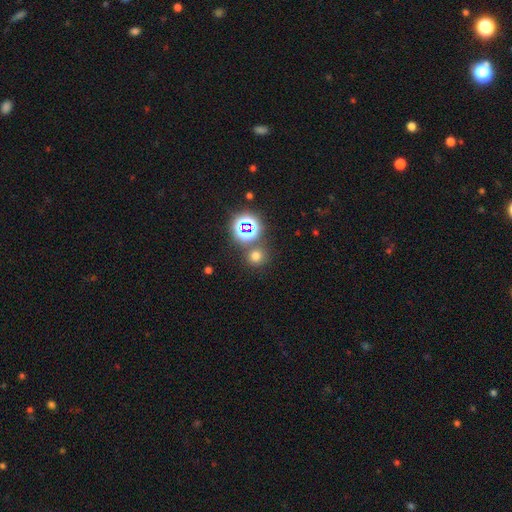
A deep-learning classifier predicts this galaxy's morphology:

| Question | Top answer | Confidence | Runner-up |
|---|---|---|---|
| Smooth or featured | smooth | 65% | star or artifact (29%) |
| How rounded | round | 90% | in between (9%) |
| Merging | none | 78% | merger (12%) |